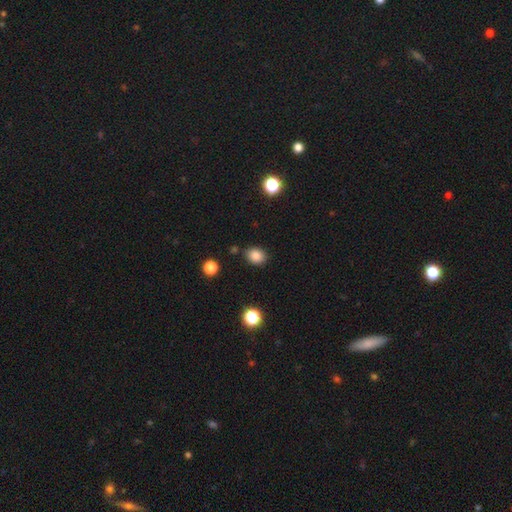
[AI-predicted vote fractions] smooth-or-featured: smooth: 85% | star or artifact: 11% | featured or disk: 4%
  how-rounded: in between: 51% | round: 48% | cigar-shaped: 1%
  merging: none: 81% | minor disturbance: 12% | merger: 4% | major disturbance: 3%